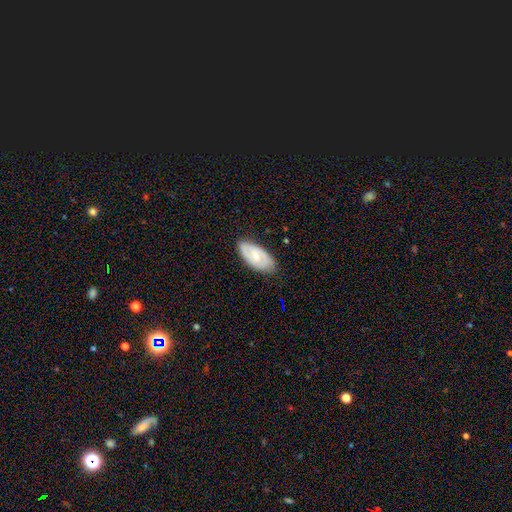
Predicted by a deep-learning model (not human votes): smooth-or-featured: featured or disk: 49% | smooth: 45% | star or artifact: 6%
  merging: none: 81% | minor disturbance: 15% | major disturbance: 3% | merger: 1%